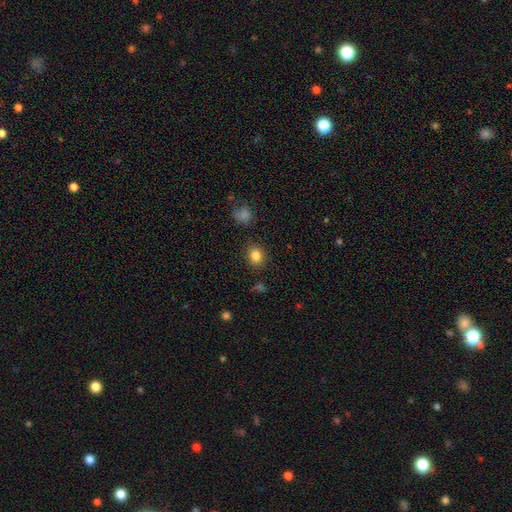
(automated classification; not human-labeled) smooth 84%, star or artifact 11%, featured or disk 5%. Down the decision tree: how rounded — round (64%); merging — none (87%).